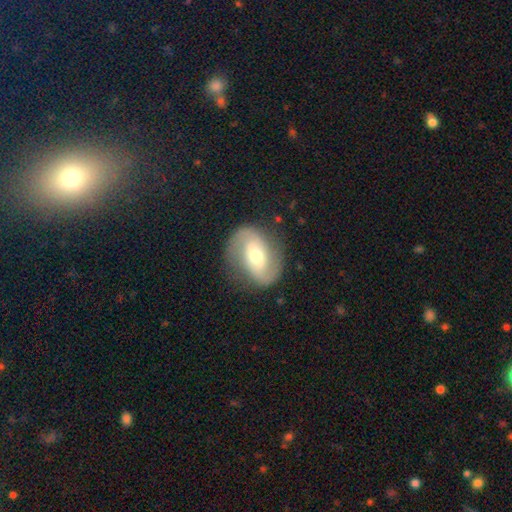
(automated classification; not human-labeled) A featured or disk galaxy (79%) with a weak bar (37%), 2 (90%) medium (45%) spiral arms (91%) and a moderate central bulge (62%).

Vote fractions:
- Smooth or featured? featured or disk: 79% / smooth: 16% / star or artifact: 6%
- Edge-on disk? no: 97% / yes: 3%
- Bar? weak: 37% / no: 35% / strong: 28%
- Spiral arms? yes: 91% / no: 9%
- Spiral winding? medium: 45% / loose: 33% / tight: 22%
- Spiral arm count? 2: 90% / can't tell: 4% / 1: 2% / 3: 1% / 4: 1% / more than 4: 1%
- Bulge size? moderate: 62% / small: 30% / large: 6% / dominant: 1% / none: 1%
- Merging? none: 80% / minor disturbance: 13% / major disturbance: 5% / merger: 1%